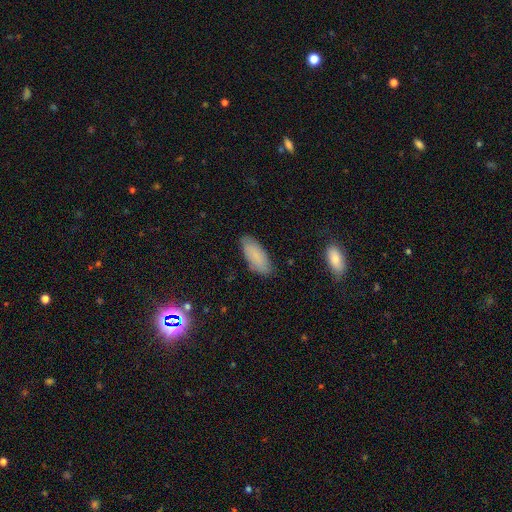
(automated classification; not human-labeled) Smooth or featured? Predicted: smooth (p=0.83). How rounded? Predicted: in between (p=0.81). Merging? Predicted: none (p=0.84).